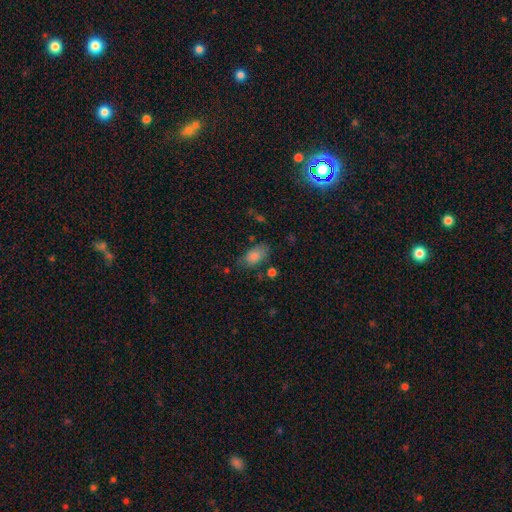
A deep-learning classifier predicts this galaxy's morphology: The model was most divided on "merging": none: 63%, minor disturbance: 24%, major disturbance: 8%, merger: 5%. More confident: how rounded — in between (90%); smooth or featured — smooth (82%).